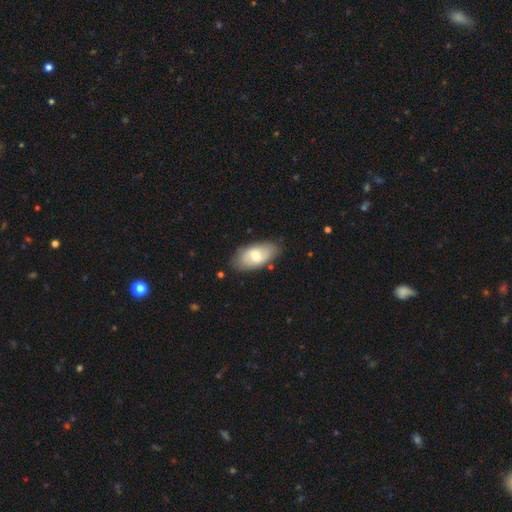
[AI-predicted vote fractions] This is likely a smooth galaxy (62%). How rounded: clearly in between (93%). Merging: clearly none (80%).